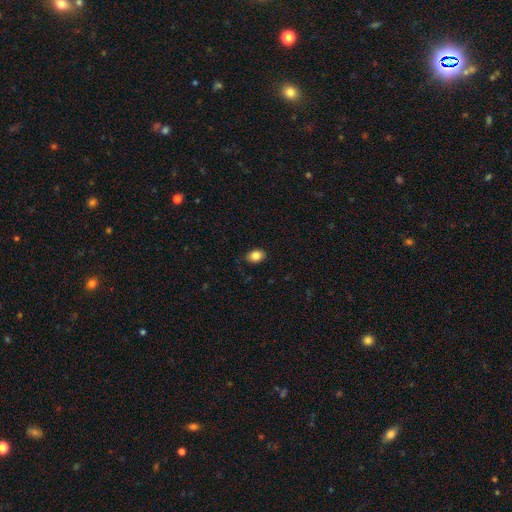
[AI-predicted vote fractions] Smooth or featured? Predicted: smooth (p=0.85). How rounded? Predicted: in between (p=0.72). Merging? Predicted: none (p=0.84).